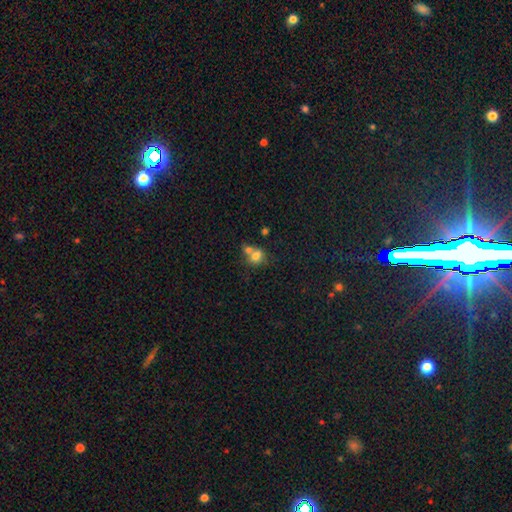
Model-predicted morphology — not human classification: Overall: smooth (74%). How rounded: round (59%; in between 40%). Merging: merger (52%; none 33%).